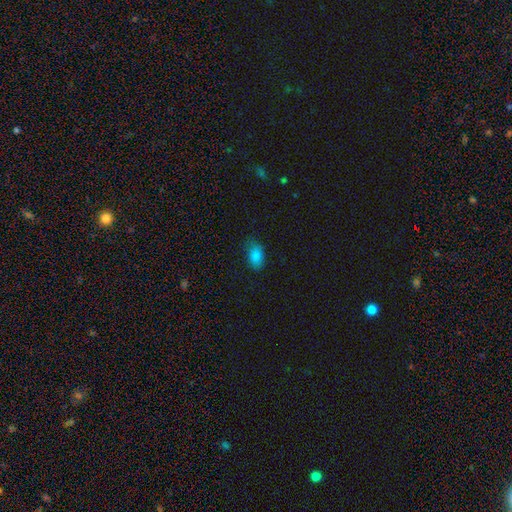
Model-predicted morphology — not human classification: Smooth or featured? Predicted: smooth (p=0.84). How rounded? Predicted: in between (p=0.90). Merging? Predicted: none (p=0.78).